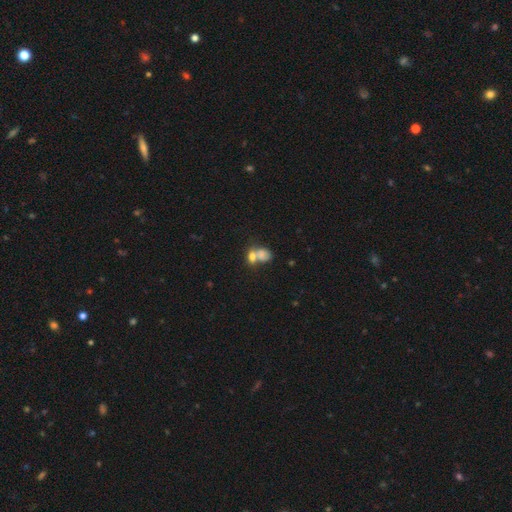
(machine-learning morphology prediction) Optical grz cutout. It shows a smooth galaxy with no disk features (73%) that is in between round and cigar-shaped (68%). Merging: merger (64%).